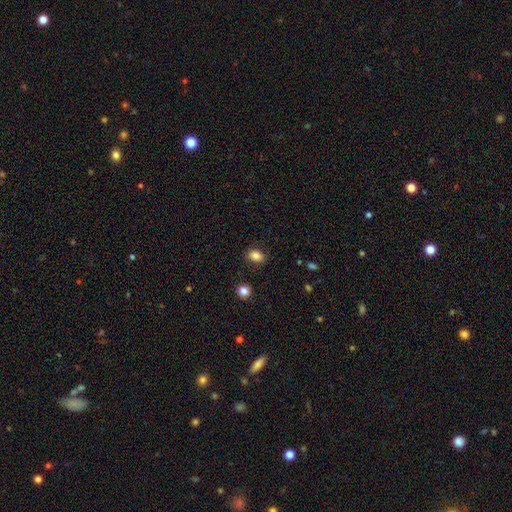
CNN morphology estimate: smooth_or_featured: smooth (p=0.84) [alt: star or artifact p=0.10]
how_rounded: in between (p=0.77) [alt: round p=0.22]
merging: none (p=0.85) [alt: minor disturbance p=0.11]